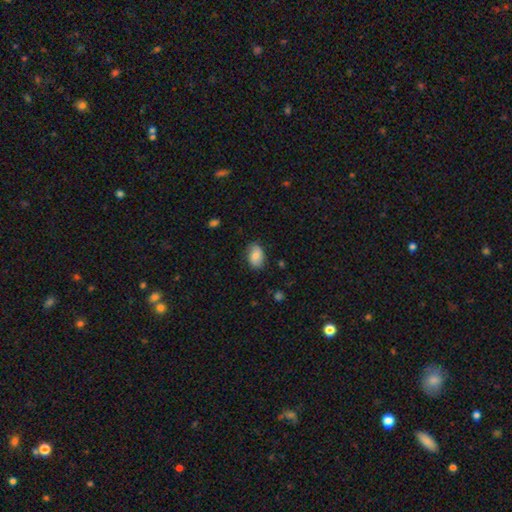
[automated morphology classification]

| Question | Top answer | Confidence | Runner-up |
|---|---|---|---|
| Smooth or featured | smooth | 77% | featured or disk (15%) |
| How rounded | in between | 84% | round (14%) |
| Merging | none | 77% | minor disturbance (18%) |